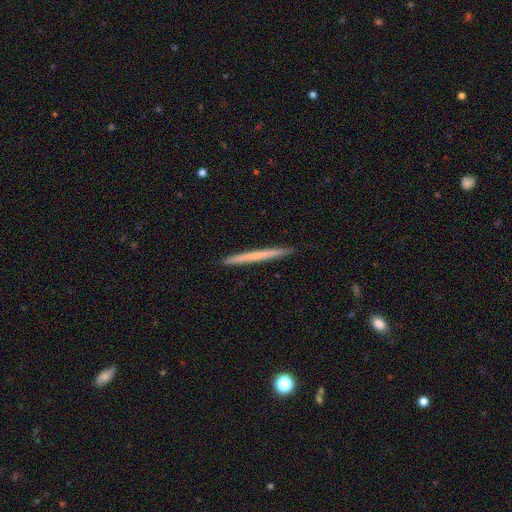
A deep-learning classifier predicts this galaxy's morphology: type=smooth (55%); roundness=cigar-shaped (98%); merging=none (93%).